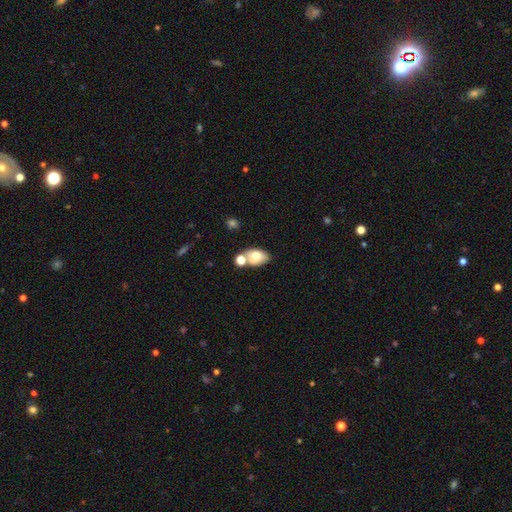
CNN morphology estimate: This is likely a smooth galaxy (69%). How rounded: clearly in between (86%). Merging: possibly none (49%).